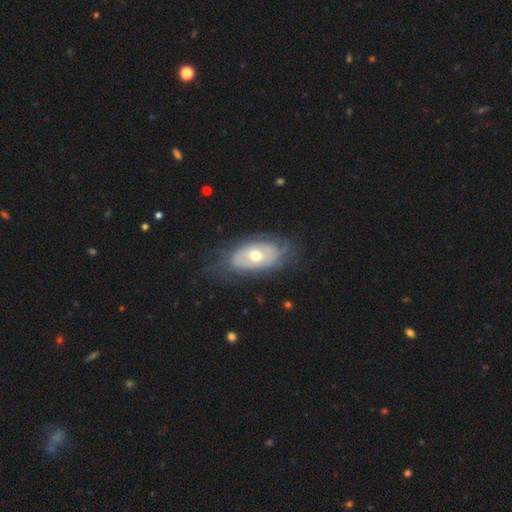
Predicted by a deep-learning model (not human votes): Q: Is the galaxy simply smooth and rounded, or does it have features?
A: featured or disk — 62%.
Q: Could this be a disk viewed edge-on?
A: no — 91%.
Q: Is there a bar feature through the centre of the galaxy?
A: no — 83%.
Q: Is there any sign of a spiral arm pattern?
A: yes — 51%.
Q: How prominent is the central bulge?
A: moderate — 74%.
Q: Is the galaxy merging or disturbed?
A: none — 64%.